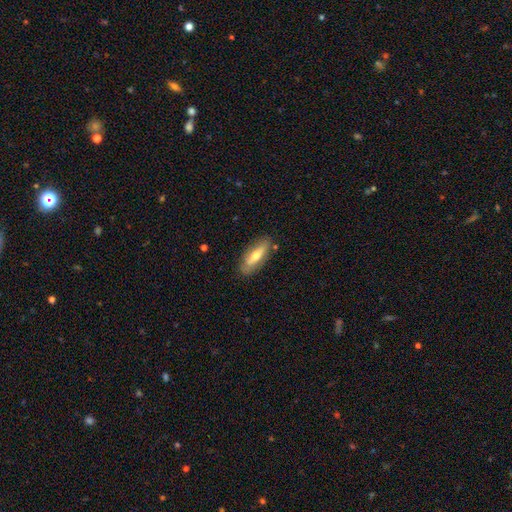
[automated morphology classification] This appears to be a smooth galaxy with no disk features (52%) that is in between round and cigar-shaped (55%). Merging: none (82%).